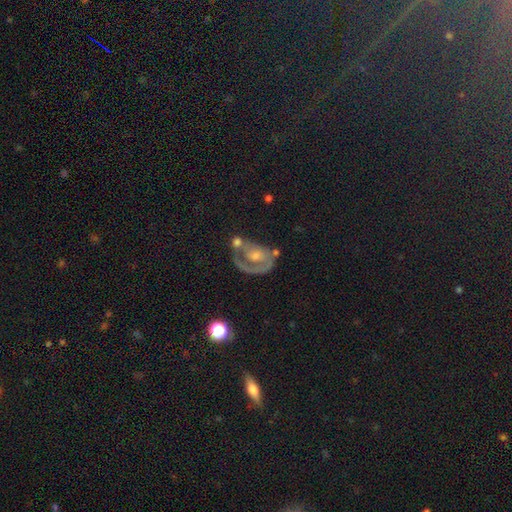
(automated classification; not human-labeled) Smooth or featured: featured or disk — 68% (smooth — 19%)
Edge-on disk: no — 96% (yes — 4%)
Bar: no — 76% (weak — 18%)
Spiral arms: yes — 66% (no — 34%)
Bulge size: moderate — 46% (small — 33%)
Merging: none — 39% (major disturbance — 23%)